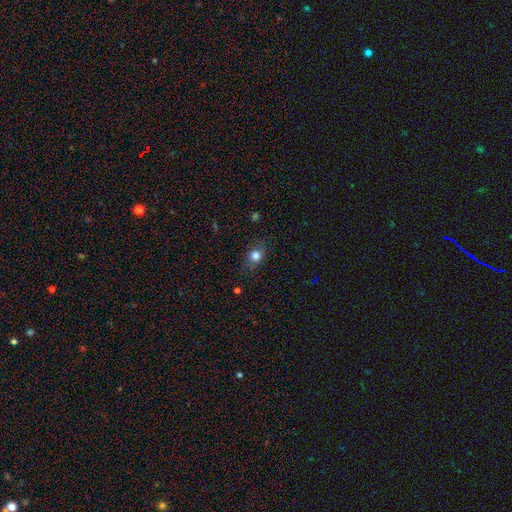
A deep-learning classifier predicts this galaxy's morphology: smooth_or_featured: smooth (p=0.78) [alt: star or artifact p=0.13]
how_rounded: round (p=0.57) [alt: in between p=0.41]
merging: none (p=0.79) [alt: minor disturbance p=0.15]